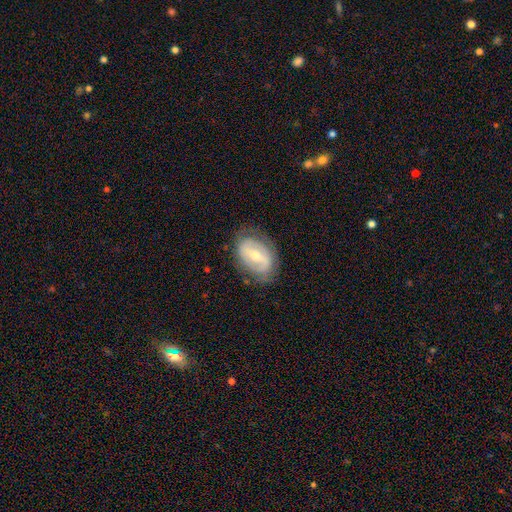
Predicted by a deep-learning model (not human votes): smooth_or_featured: featured or disk (p=0.63) [alt: smooth p=0.30]
disk_edge_on: no (p=0.94) [alt: yes p=0.06]
bar: weak (p=0.41) [alt: strong p=0.39]
has_spiral_arms: yes (p=0.57) [alt: no p=0.43]
bulge_size: moderate (p=0.61) [alt: small p=0.33]
merging: none (p=0.74) [alt: minor disturbance p=0.18]